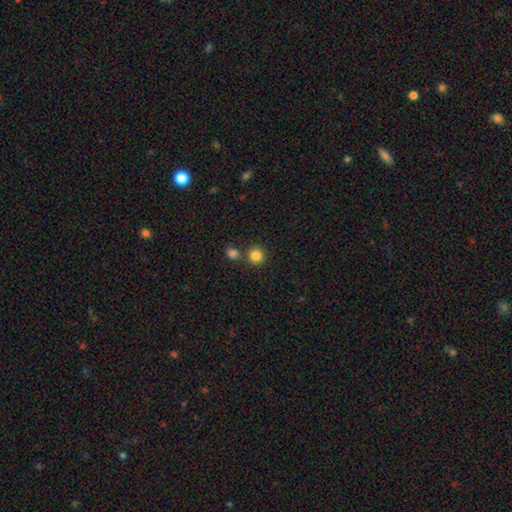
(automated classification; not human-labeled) A smooth galaxy with no disk features (84%) that is round (93%).

Vote fractions:
- Smooth or featured? smooth: 84% / star or artifact: 12% / featured or disk: 5%
- How rounded? round: 93% / in between: 6% / cigar-shaped: 1%
- Merging? none: 75% / merger: 16% / minor disturbance: 7% / major disturbance: 2%